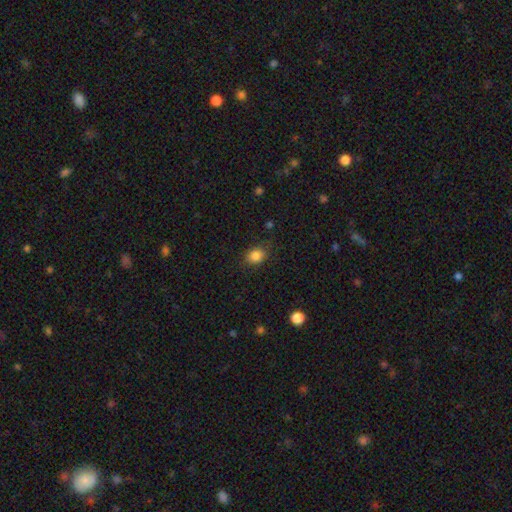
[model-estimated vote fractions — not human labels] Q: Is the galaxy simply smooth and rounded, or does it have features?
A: smooth — 85%.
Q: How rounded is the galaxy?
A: in between — 50%.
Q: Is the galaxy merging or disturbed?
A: none — 82%.